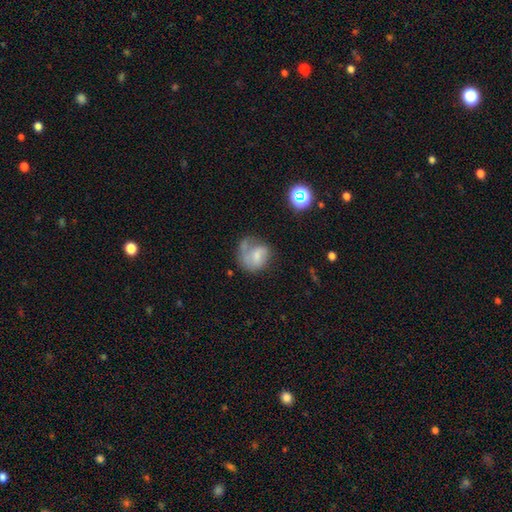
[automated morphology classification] Smooth or featured?
  - smooth: 46% *
  - featured or disk: 44%
  - star or artifact: 10%
Merging?
  - none: 35% *
  - major disturbance: 32%
  - minor disturbance: 25%
  - merger: 8%